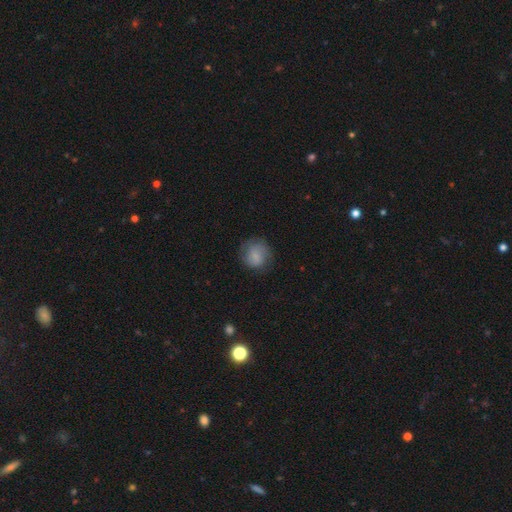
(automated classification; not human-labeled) This appears to be a smooth galaxy with no disk features (75%) that is round (82%). Merging: none (71%).